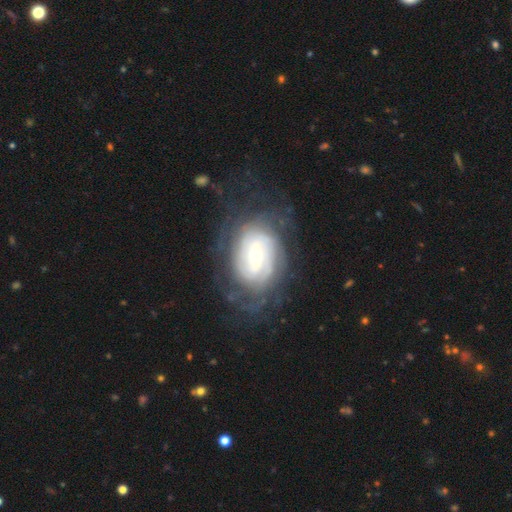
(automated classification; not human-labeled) Smooth or featured: featured or disk — 83% (smooth — 11%)
Edge-on disk: no — 97% (yes — 3%)
Bar: weak — 45% (no — 33%)
Spiral arms: yes — 92% (no — 8%)
Spiral winding: tight — 68% (medium — 23%)
Spiral arm count: can't tell — 44% (2 — 22%)
Bulge size: moderate — 55% (small — 37%)
Merging: none — 66% (minor disturbance — 19%)